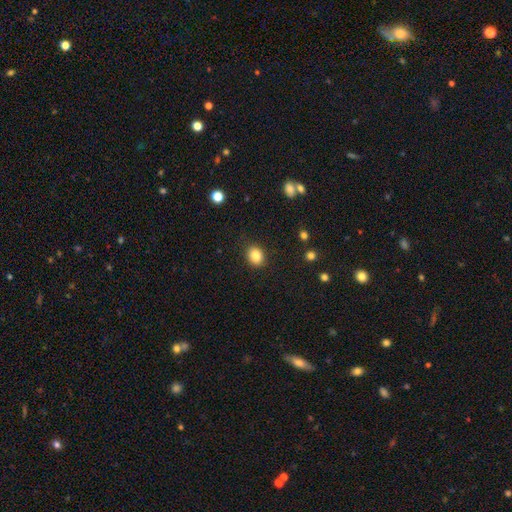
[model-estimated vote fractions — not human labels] smooth 85%, star or artifact 10%, featured or disk 6%. Down the decision tree: how rounded — round (52%); merging — none (87%).